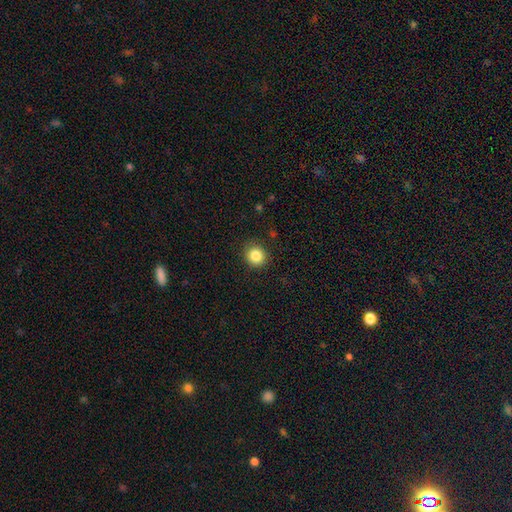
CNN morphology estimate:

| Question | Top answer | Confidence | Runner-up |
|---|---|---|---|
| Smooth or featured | smooth | 85% | star or artifact (10%) |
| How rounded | round | 86% | in between (13%) |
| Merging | none | 88% | minor disturbance (8%) |